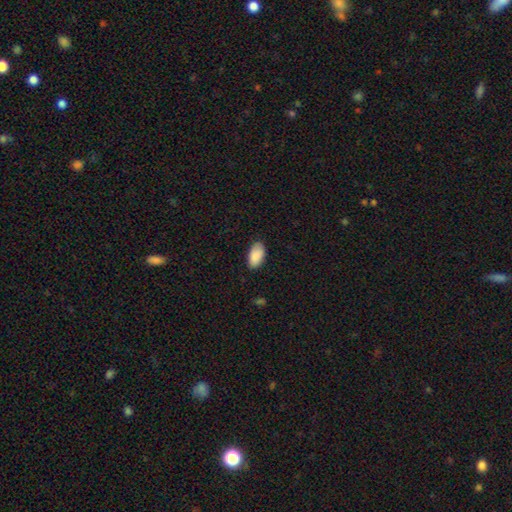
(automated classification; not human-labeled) smooth 90%, star or artifact 6%, featured or disk 4%. Down the decision tree: how rounded — in between (95%); merging — none (82%).